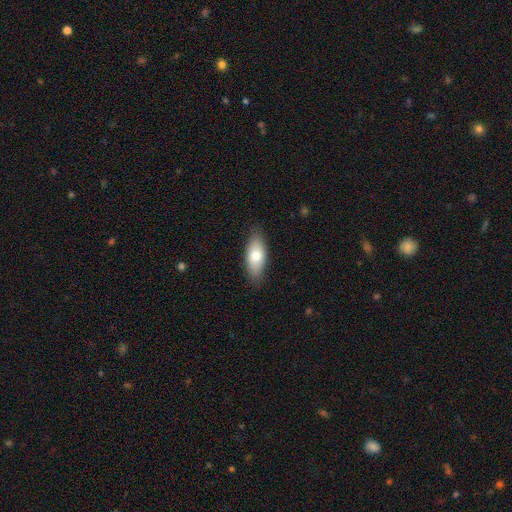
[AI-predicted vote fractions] A smooth galaxy with no disk features (74%) that is in between round and cigar-shaped (81%).

Vote fractions:
- Smooth or featured? smooth: 74% / featured or disk: 19% / star or artifact: 6%
- How rounded? in between: 81% / cigar-shaped: 16% / round: 3%
- Merging? none: 84% / minor disturbance: 12% / major disturbance: 2% / merger: 1%